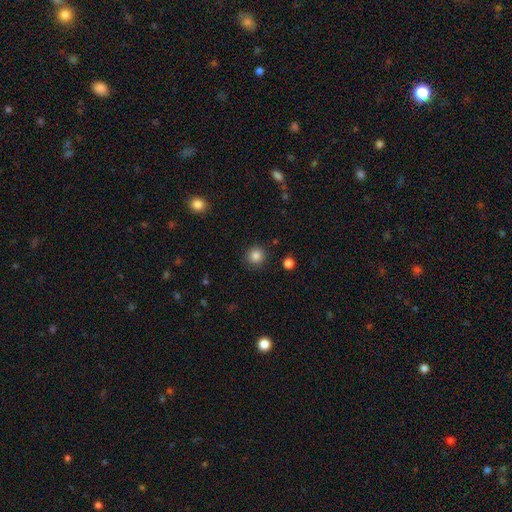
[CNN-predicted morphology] This appears to be a smooth galaxy with no disk features (85%) that is round (93%). Merging: none (91%).